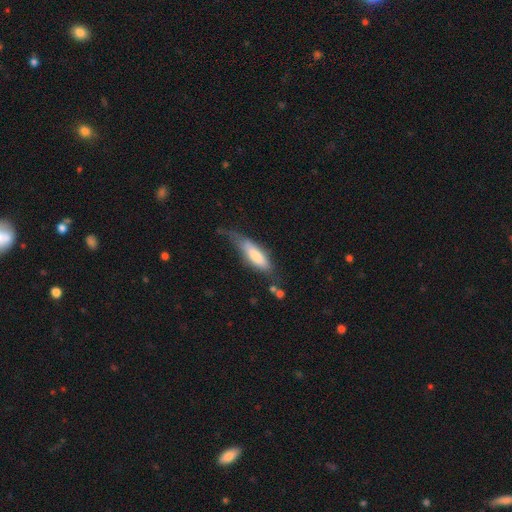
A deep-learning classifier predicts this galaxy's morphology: type=smooth (72%); roundness=cigar-shaped (50%); merging=none (40%).